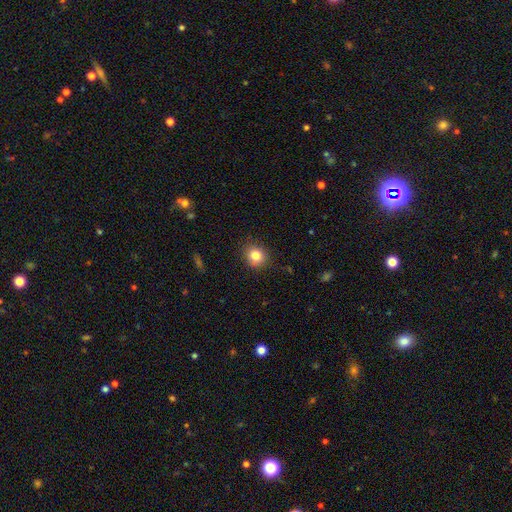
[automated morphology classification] smooth-or-featured: smooth: 82% | star or artifact: 11% | featured or disk: 7%
  how-rounded: round: 81% | in between: 18% | cigar-shaped: 1%
  merging: none: 88% | minor disturbance: 8% | major disturbance: 2% | merger: 1%